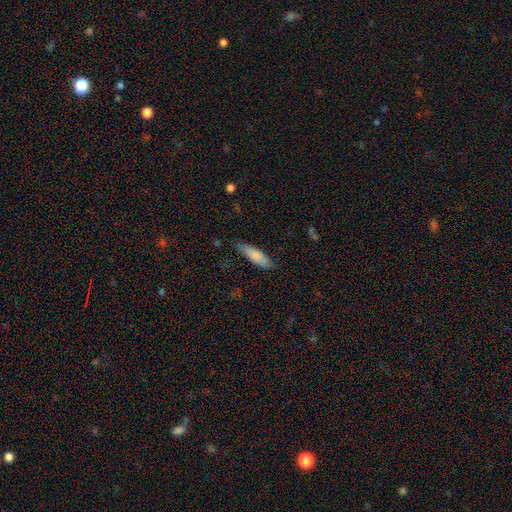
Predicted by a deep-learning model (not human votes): Q: Smooth or featured?
A: smooth (82%); runner-up: featured or disk (12%)
Q: How rounded?
A: cigar-shaped (56%); runner-up: in between (43%)
Q: Merging?
A: none (75%); runner-up: minor disturbance (20%)